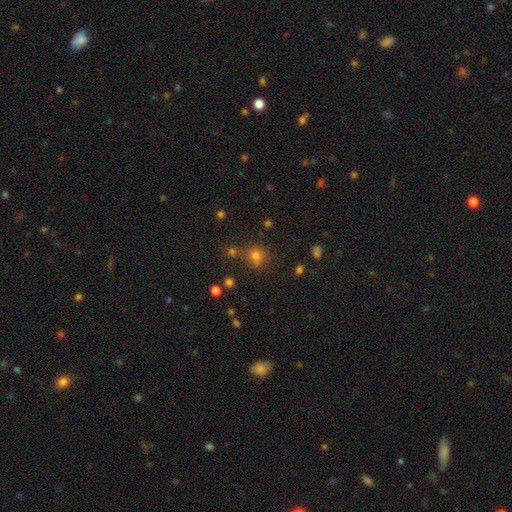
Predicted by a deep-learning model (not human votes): Smooth or featured? Predicted: smooth (p=0.66). How rounded? Predicted: round (p=0.84). Merging? Predicted: none (p=0.63).